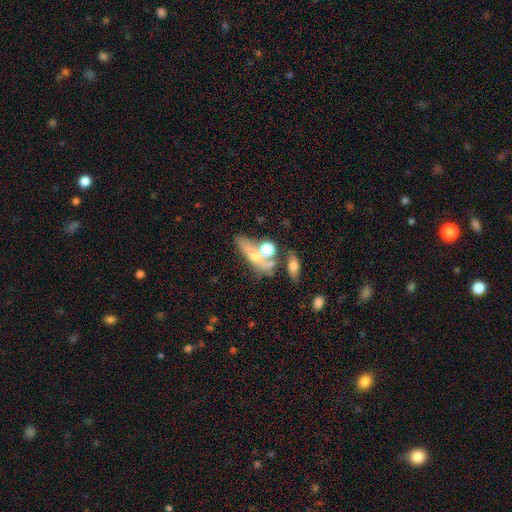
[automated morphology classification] smooth-or-featured: smooth: 47% | featured or disk: 41% | star or artifact: 12%
  merging: none: 39% | merger: 38% | minor disturbance: 13% | major disturbance: 10%